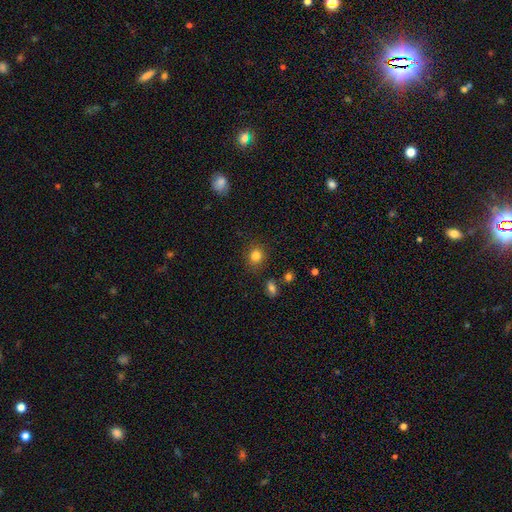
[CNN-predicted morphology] smooth-or-featured: smooth: 83% | star or artifact: 12% | featured or disk: 6%
  how-rounded: round: 83% | in between: 16% | cigar-shaped: 1%
  merging: none: 85% | minor disturbance: 10% | major disturbance: 3% | merger: 2%